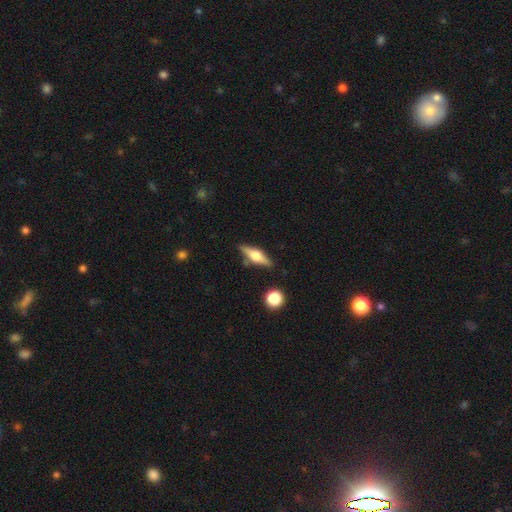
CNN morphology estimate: Smooth or featured: featured or disk — 62% (smooth — 31%)
Edge-on disk: yes — 95% (no — 5%)
Edge-on bulge: rounded — 93% (boxy — 5%)
Merging: none — 82% (minor disturbance — 11%)